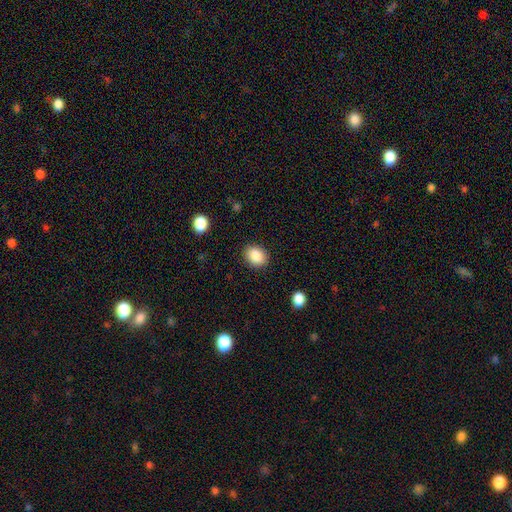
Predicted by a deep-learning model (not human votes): Smooth or featured?
  - smooth: 88% *
  - star or artifact: 8%
  - featured or disk: 4%
How rounded?
  - in between: 57% *
  - round: 42%
  - cigar-shaped: 1%
Merging?
  - none: 88% *
  - minor disturbance: 8%
  - major disturbance: 2%
  - merger: 1%